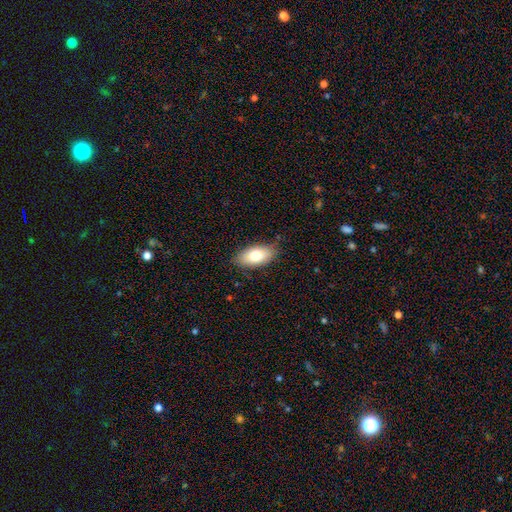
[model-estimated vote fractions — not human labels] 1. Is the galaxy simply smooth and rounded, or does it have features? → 75% smooth, 17% featured or disk, 7% star or artifact.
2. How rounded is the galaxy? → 92% in between, 4% cigar-shaped, 4% round.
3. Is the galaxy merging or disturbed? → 82% none, 14% minor disturbance, 3% major disturbance, 1% merger.